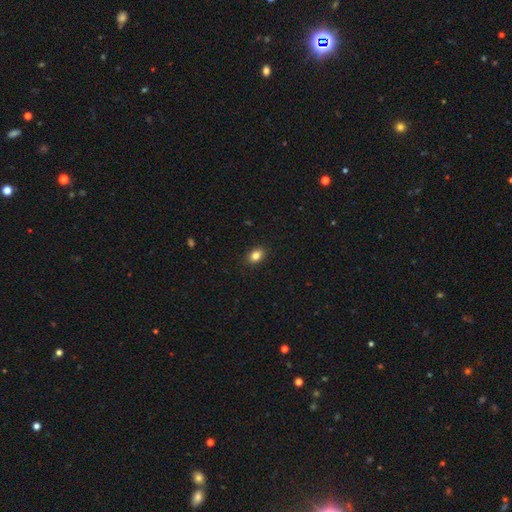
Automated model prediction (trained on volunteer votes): This appears to be a smooth galaxy with no disk features (84%) that is in between round and cigar-shaped (74%). Merging: none (89%).